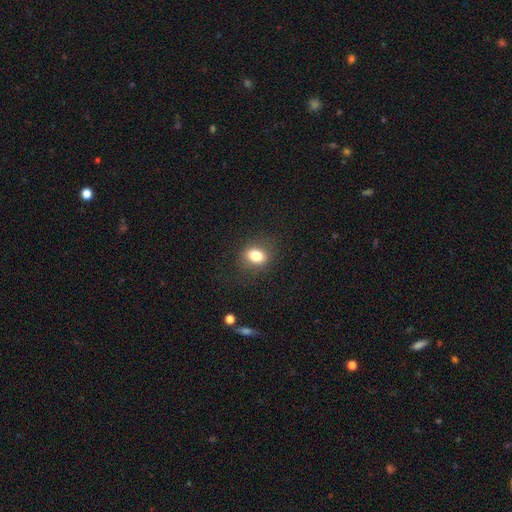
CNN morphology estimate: smooth 81%, star or artifact 10%, featured or disk 9%. Down the decision tree: how rounded — in between (66%); merging — none (82%).